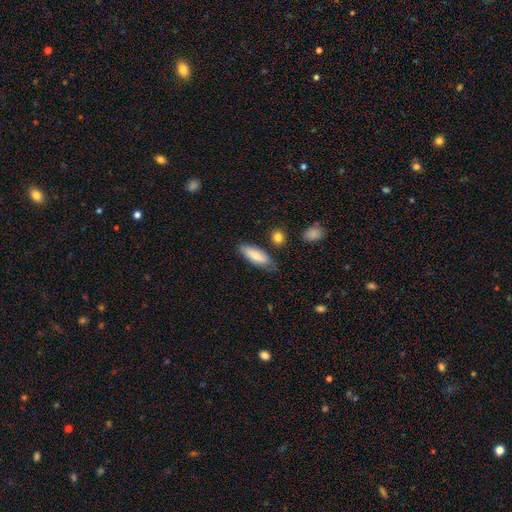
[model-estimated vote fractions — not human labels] Smooth or featured? Predicted: smooth (p=0.73). How rounded? Predicted: in between (p=0.63). Merging? Predicted: none (p=0.72).